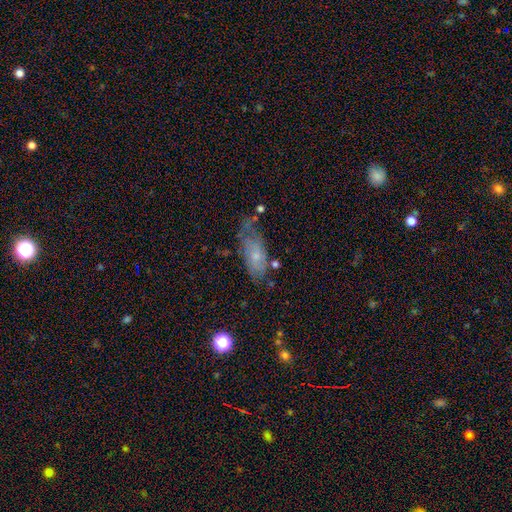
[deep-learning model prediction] The model was most divided on "merging": none: 42%, minor disturbance: 33%, major disturbance: 19%, merger: 6%. More confident: how rounded — in between (81%); smooth or featured — smooth (53%).